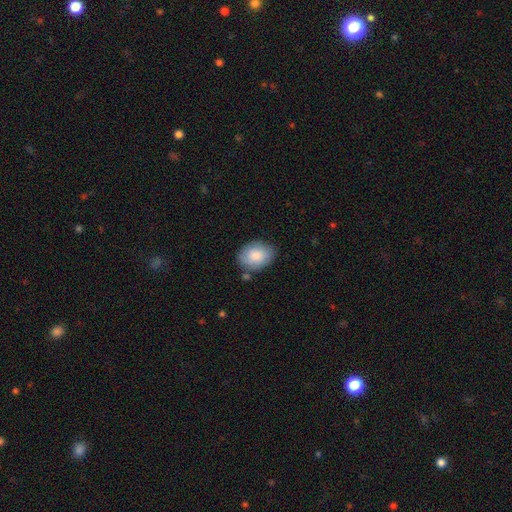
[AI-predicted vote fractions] Morphology: type=smooth (83%); roundness=in between (72%); merging=none (78%).